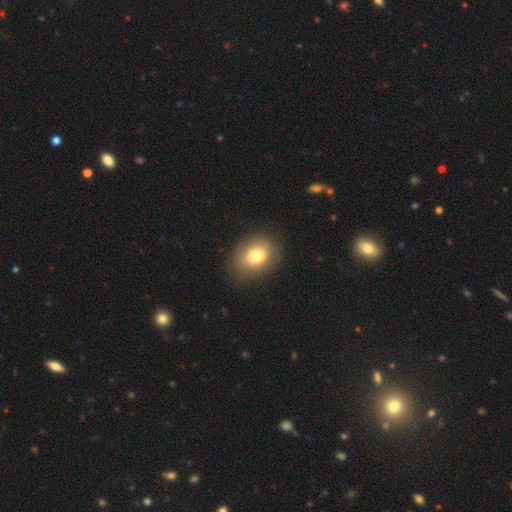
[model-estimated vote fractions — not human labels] Smooth or featured? smooth (78%)
How rounded? in between (64%)
Merging? none (83%)